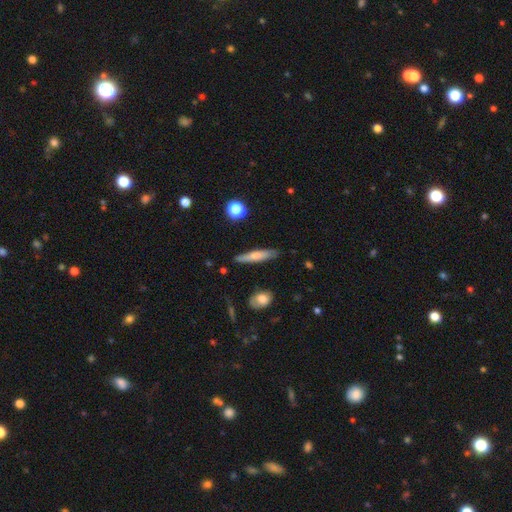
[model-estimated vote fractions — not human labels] Q: Smooth or featured?
A: smooth (64%); runner-up: featured or disk (29%)
Q: How rounded?
A: cigar-shaped (85%); runner-up: in between (13%)
Q: Merging?
A: none (84%); runner-up: minor disturbance (11%)